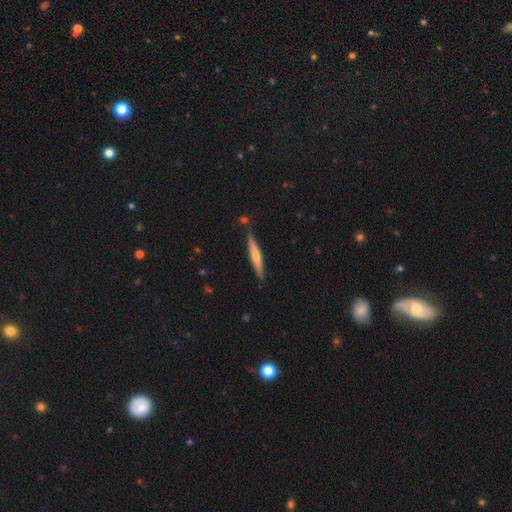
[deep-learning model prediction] Q: Smooth or featured?
A: smooth (53%); runner-up: featured or disk (42%)
Q: How rounded?
A: cigar-shaped (93%); runner-up: in between (6%)
Q: Merging?
A: none (86%); runner-up: minor disturbance (10%)